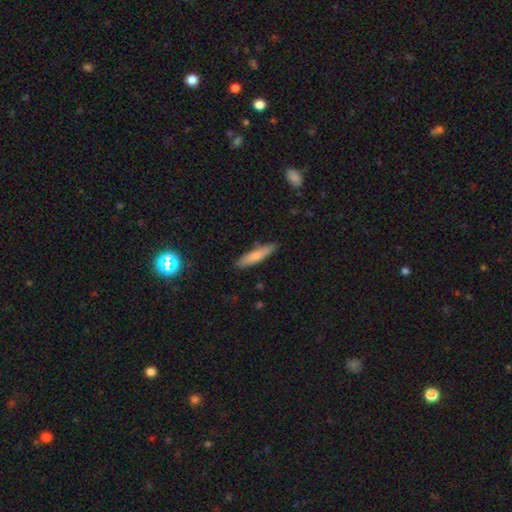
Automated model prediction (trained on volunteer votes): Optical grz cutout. It shows a smooth galaxy with no disk features (71%) that is cigar-shaped (80%). Merging: none (84%).